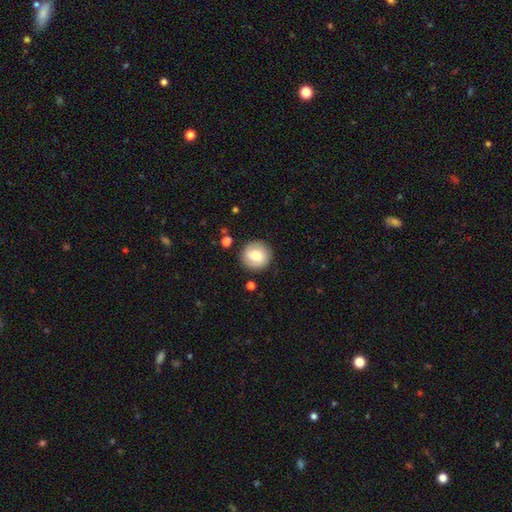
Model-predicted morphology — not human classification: smooth-or-featured: smooth: 67% | featured or disk: 25% | star or artifact: 8%
  how-rounded: round: 95% | in between: 4% | cigar-shaped: 1%
  merging: none: 88% | minor disturbance: 8% | major disturbance: 2% | merger: 2%